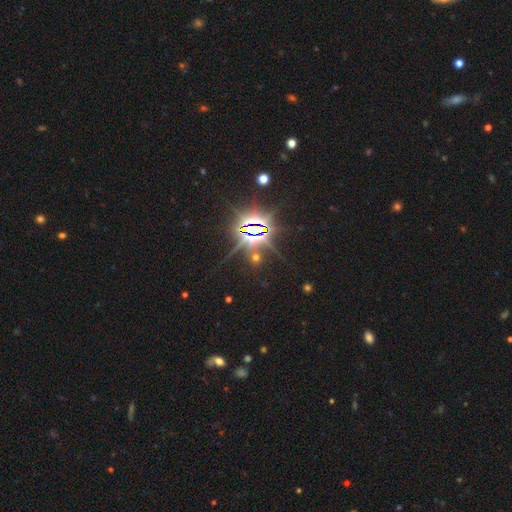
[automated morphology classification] A star or artifact, not a galaxy (85%).

Vote fractions:
- Smooth or featured? star or artifact: 85% / featured or disk: 8% / smooth: 6%